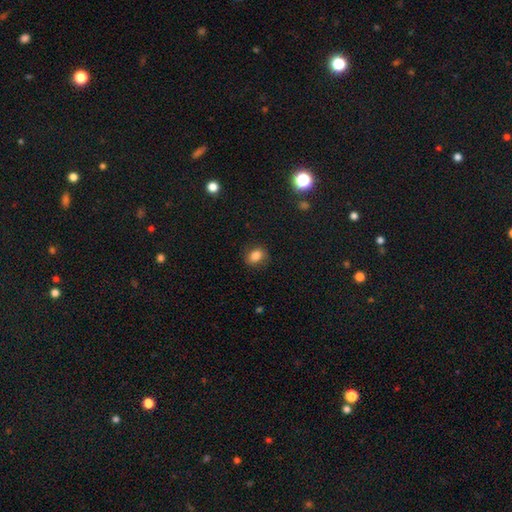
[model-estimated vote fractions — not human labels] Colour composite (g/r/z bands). It shows a smooth galaxy with no disk features (84%) that is in between round and cigar-shaped (65%). Merging: none (83%).